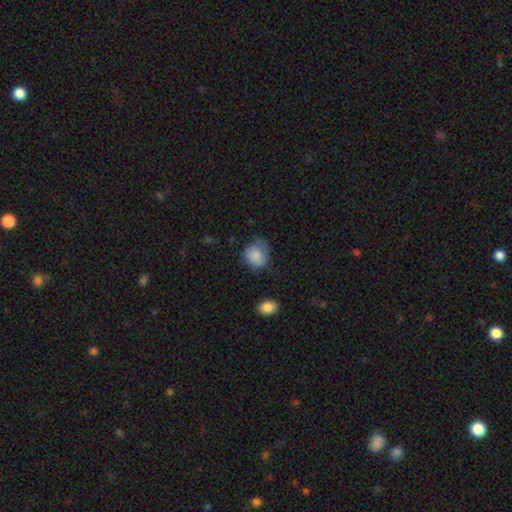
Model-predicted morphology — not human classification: A smooth galaxy with no disk features (83%) that is round (74%).

Vote fractions:
- Smooth or featured? smooth: 83% / featured or disk: 10% / star or artifact: 7%
- How rounded? round: 74% / in between: 26% / cigar-shaped: 1%
- Merging? none: 51% / minor disturbance: 33% / major disturbance: 14% / merger: 2%